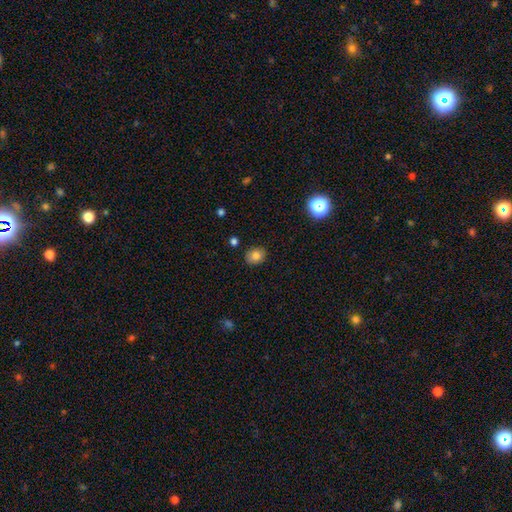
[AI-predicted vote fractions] Q: Smooth or featured?
A: smooth (80%); runner-up: star or artifact (11%)
Q: How rounded?
A: round (52%); runner-up: in between (47%)
Q: Merging?
A: none (85%); runner-up: minor disturbance (10%)